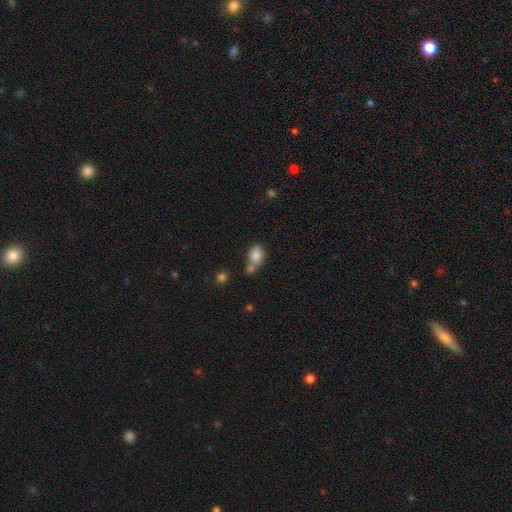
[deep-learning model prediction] Overall: smooth (83%). How rounded: in between (68%; round 31%). Merging: none (42%; merger 39%).